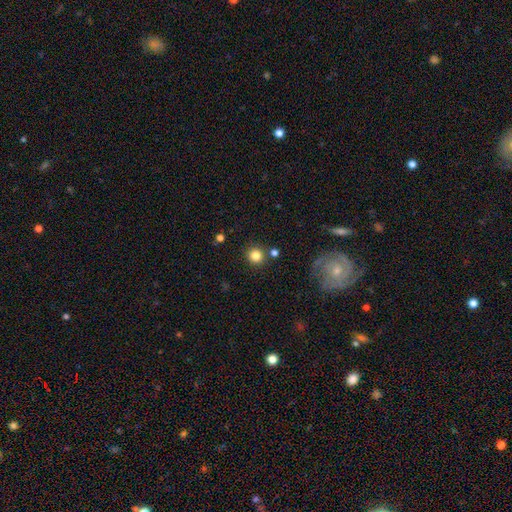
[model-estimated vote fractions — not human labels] Smooth or featured? Predicted: smooth (p=0.82). How rounded? Predicted: round (p=0.92). Merging? Predicted: none (p=0.84).